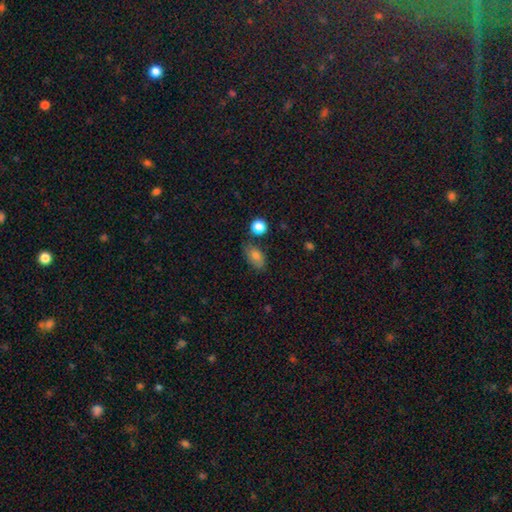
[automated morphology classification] A smooth galaxy with no disk features (79%) that is in between round and cigar-shaped (85%). Merging: none (70%).